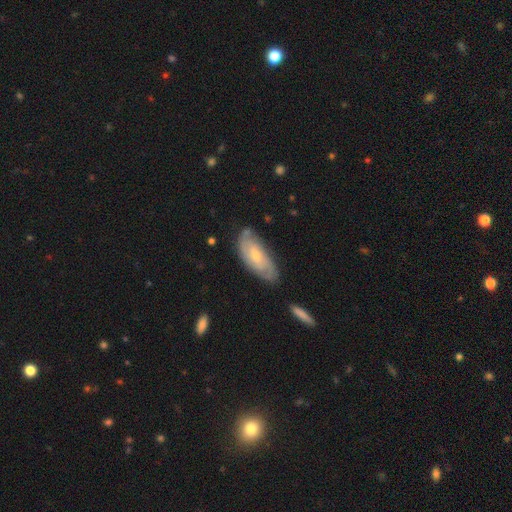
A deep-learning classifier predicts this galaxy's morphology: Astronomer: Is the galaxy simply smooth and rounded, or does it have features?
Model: featured or disk — 66%.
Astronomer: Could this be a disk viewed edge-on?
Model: no — 90%.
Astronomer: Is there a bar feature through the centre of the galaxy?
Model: no — 54% (runner-up: weak, 38%).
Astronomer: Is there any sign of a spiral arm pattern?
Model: yes — 87%.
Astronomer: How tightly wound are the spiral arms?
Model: tight — 55% (runner-up: medium, 33%).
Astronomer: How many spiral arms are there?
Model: can't tell — 41% (runner-up: 2, 38%).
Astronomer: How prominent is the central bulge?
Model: small — 64%.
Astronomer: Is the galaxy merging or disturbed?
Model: none — 72%.